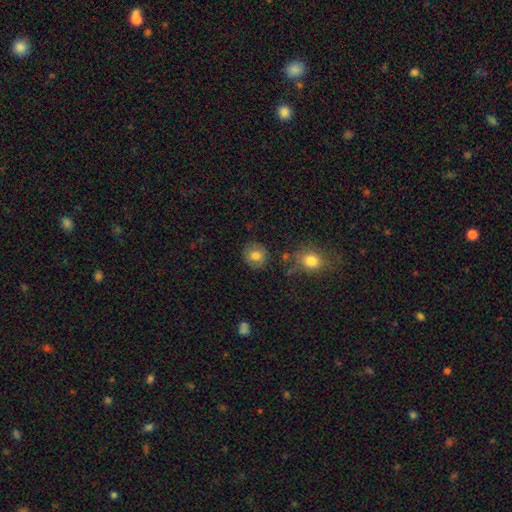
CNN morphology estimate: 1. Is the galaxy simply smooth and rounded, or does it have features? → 79% smooth, 12% featured or disk, 9% star or artifact.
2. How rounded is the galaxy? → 87% round, 12% in between, 1% cigar-shaped.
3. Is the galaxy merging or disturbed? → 84% none, 10% minor disturbance, 3% major disturbance, 3% merger.